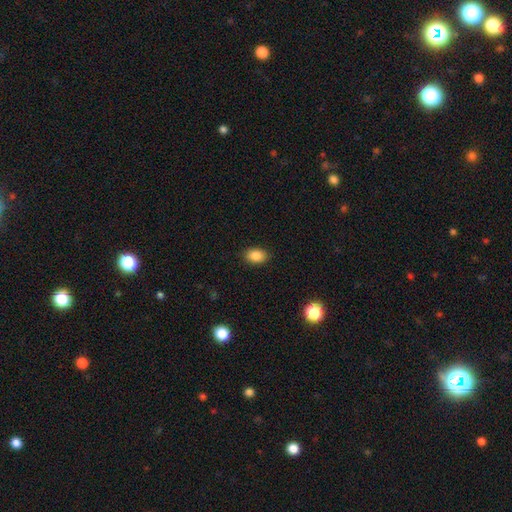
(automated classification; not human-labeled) This is clearly a smooth galaxy (87%). How rounded: likely in between (78%). Merging: clearly none (88%).